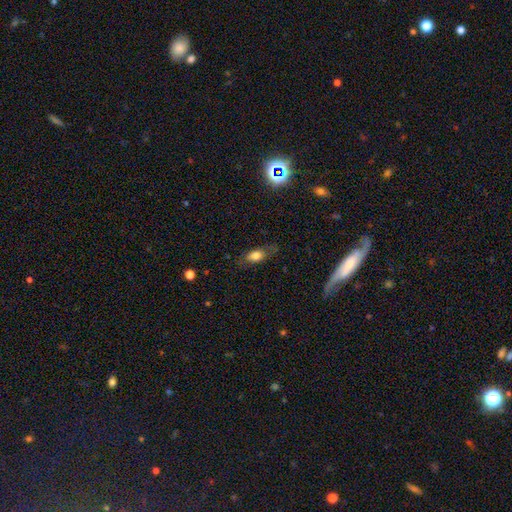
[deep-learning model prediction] This appears to be a smooth galaxy with no disk features (69%) that is in between round and cigar-shaped (78%). Merging: none (69%).